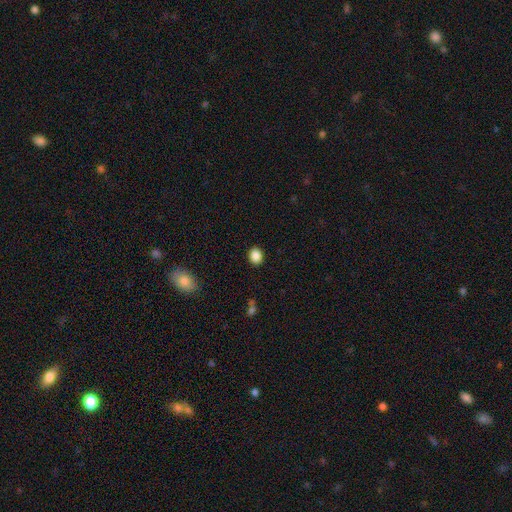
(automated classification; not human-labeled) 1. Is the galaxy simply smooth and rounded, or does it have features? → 87% smooth, 9% star or artifact, 3% featured or disk.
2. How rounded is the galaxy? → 58% round, 41% in between, 1% cigar-shaped.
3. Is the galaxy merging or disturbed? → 90% none, 7% minor disturbance, 2% major disturbance, 1% merger.